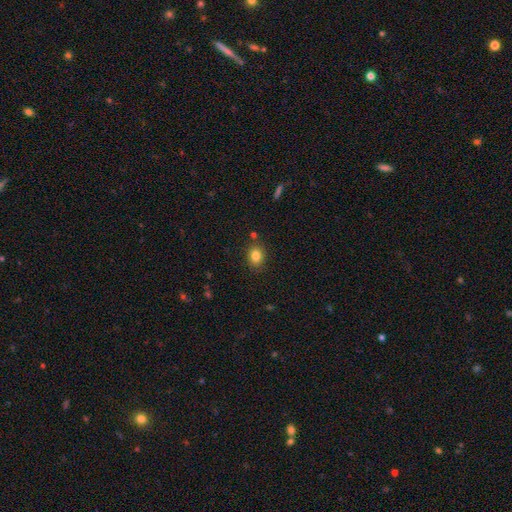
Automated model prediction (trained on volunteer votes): smooth-or-featured: smooth: 82% | star or artifact: 11% | featured or disk: 7%
  how-rounded: in between: 52% | round: 47% | cigar-shaped: 1%
  merging: none: 83% | minor disturbance: 11% | merger: 4% | major disturbance: 3%